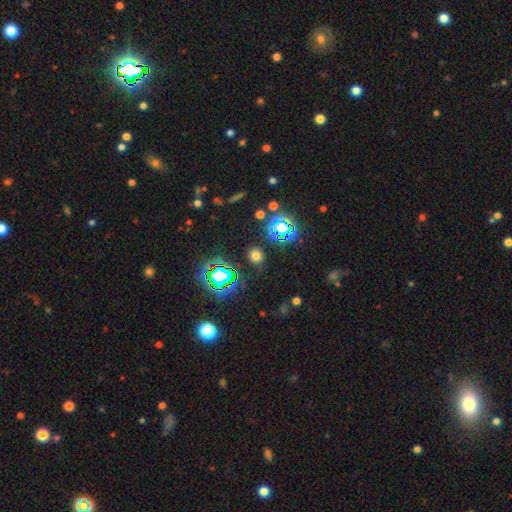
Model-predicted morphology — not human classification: This is possibly a smooth galaxy (59%). How rounded: clearly round (83%). Merging: clearly none (87%).